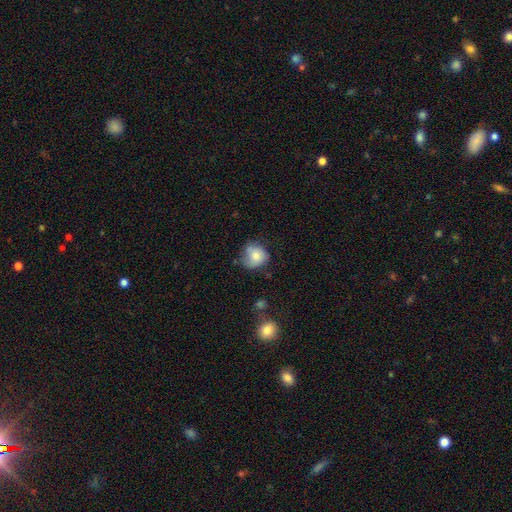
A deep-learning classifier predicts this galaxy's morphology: Smooth or featured? Predicted: smooth (p=0.75). How rounded? Predicted: round (p=0.75). Merging? Predicted: none (p=0.53).